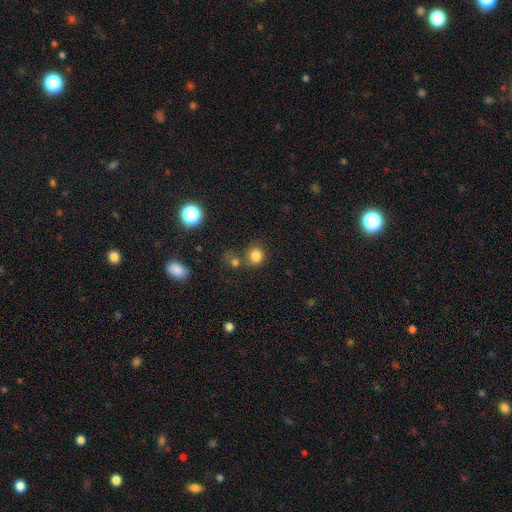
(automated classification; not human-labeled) Morphology: type=smooth (81%); roundness=round (87%); merging=none (67%).